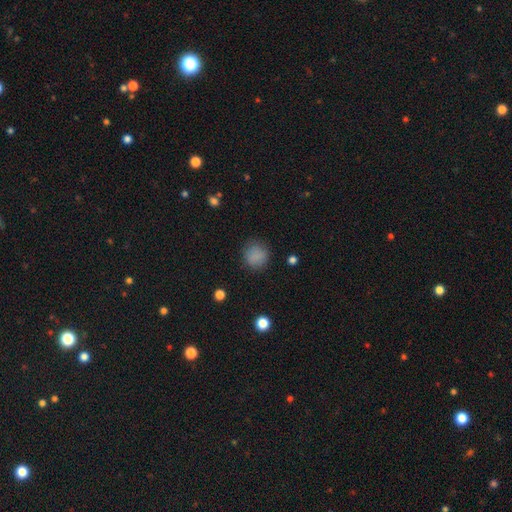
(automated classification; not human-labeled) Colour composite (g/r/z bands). It shows a smooth galaxy with no disk features (85%) that is round (89%). Merging: none (83%).